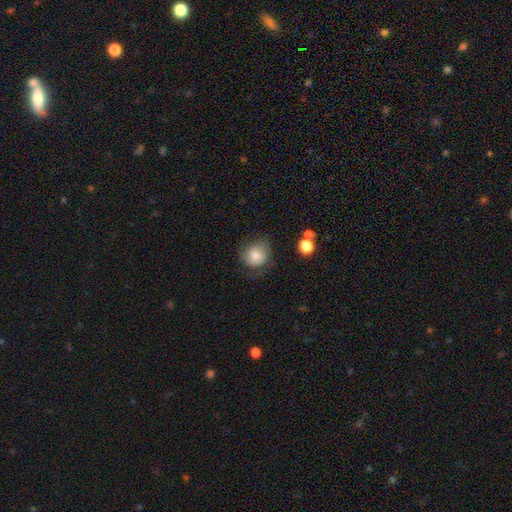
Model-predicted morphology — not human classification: type=smooth (71%); roundness=round (76%); merging=none (56%).